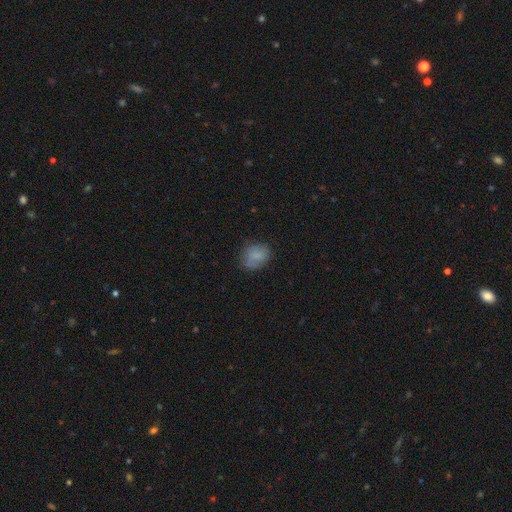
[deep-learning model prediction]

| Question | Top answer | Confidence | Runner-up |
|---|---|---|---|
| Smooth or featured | smooth | 79% | featured or disk (11%) |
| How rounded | in between | 52% | round (47%) |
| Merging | none | 67% | minor disturbance (24%) |